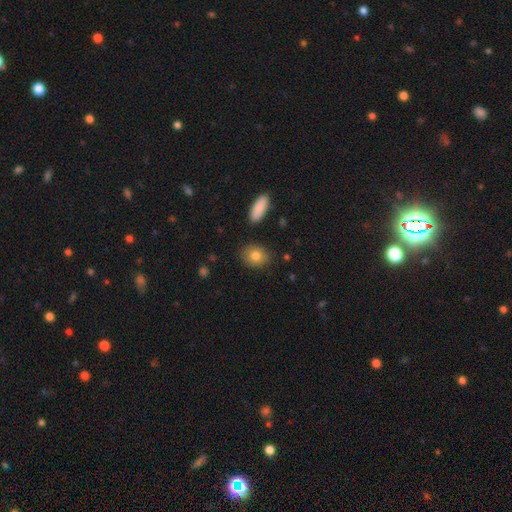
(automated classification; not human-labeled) Smooth or featured: smooth — 81% (featured or disk — 10%)
How rounded: in between — 50% (round — 49%)
Merging: none — 85% (minor disturbance — 10%)